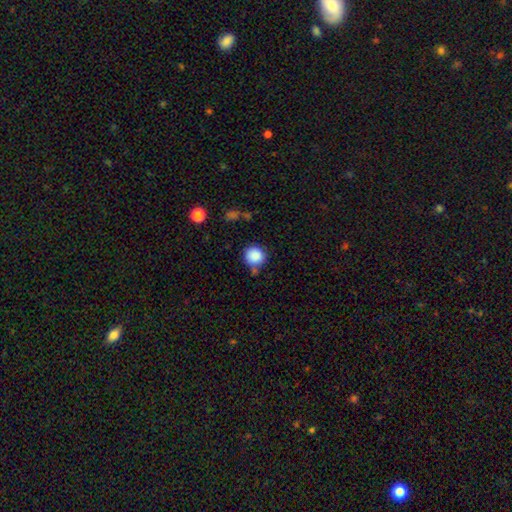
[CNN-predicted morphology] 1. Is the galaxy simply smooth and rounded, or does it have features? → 87% smooth, 9% star or artifact, 4% featured or disk.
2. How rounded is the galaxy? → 91% round, 8% in between, 1% cigar-shaped.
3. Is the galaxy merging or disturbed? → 69% none, 17% minor disturbance, 9% merger, 5% major disturbance.